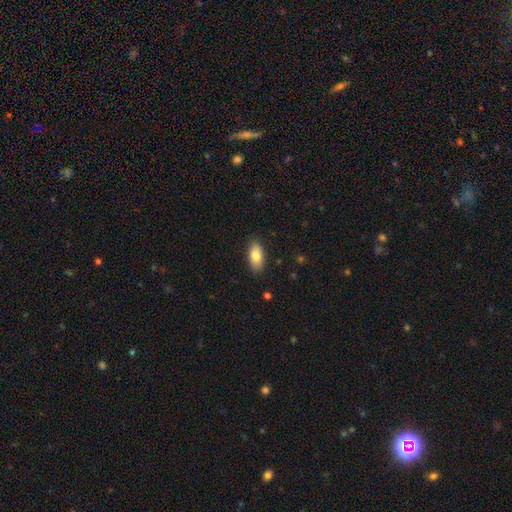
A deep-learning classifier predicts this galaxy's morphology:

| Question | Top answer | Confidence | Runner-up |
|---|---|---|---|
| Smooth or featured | smooth | 82% | featured or disk (12%) |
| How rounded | in between | 90% | cigar-shaped (6%) |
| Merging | none | 86% | minor disturbance (11%) |